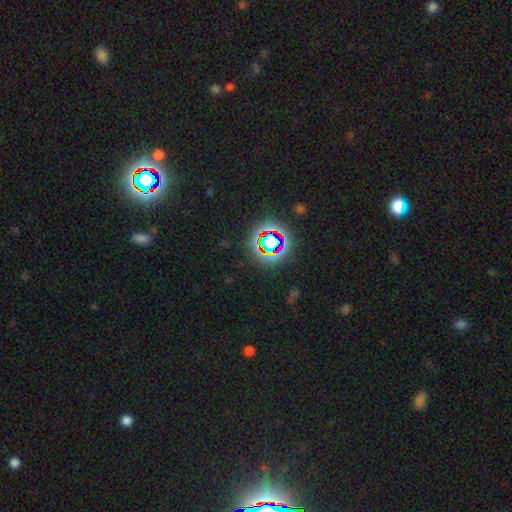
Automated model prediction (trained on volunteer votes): Smooth or featured?
  - star or artifact: 74% *
  - smooth: 16%
  - featured or disk: 10%